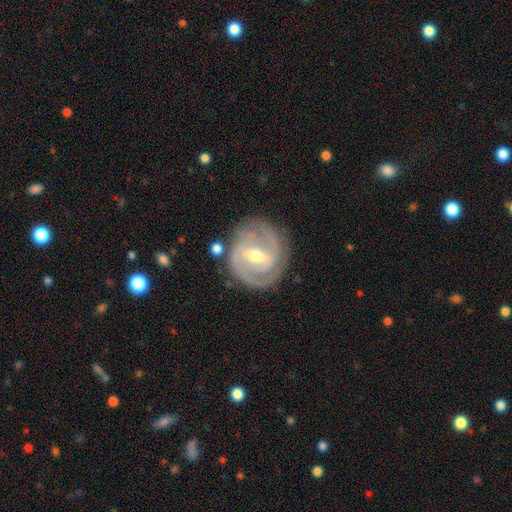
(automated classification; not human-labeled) Morphology: type=featured or disk (87%); edge-on=no (97%); bar=strong (45%); spiral arms=yes (95%); winding=tight (60%); arm count=2 (67%); bulge=moderate (63%); merging=none (79%).